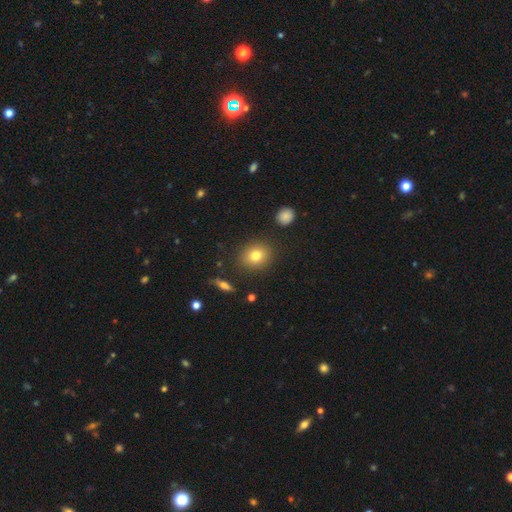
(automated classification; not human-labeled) Q: Smooth or featured?
A: smooth (79%); runner-up: star or artifact (11%)
Q: How rounded?
A: round (67%); runner-up: in between (32%)
Q: Merging?
A: none (87%); runner-up: minor disturbance (8%)